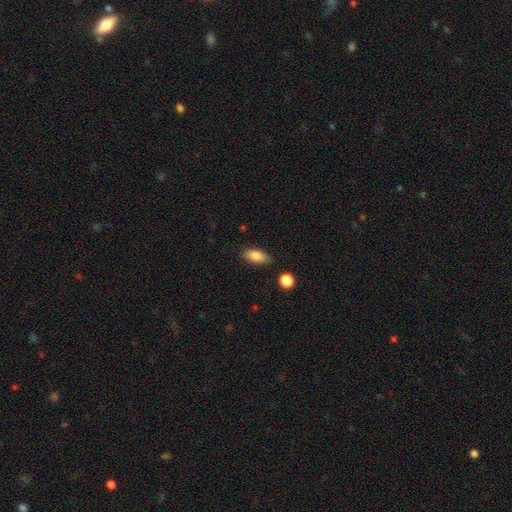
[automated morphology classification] Smooth or featured?
  - smooth: 85% *
  - star or artifact: 8%
  - featured or disk: 7%
How rounded?
  - in between: 87% *
  - cigar-shaped: 9%
  - round: 4%
Merging?
  - none: 83% *
  - minor disturbance: 12%
  - major disturbance: 3%
  - merger: 2%